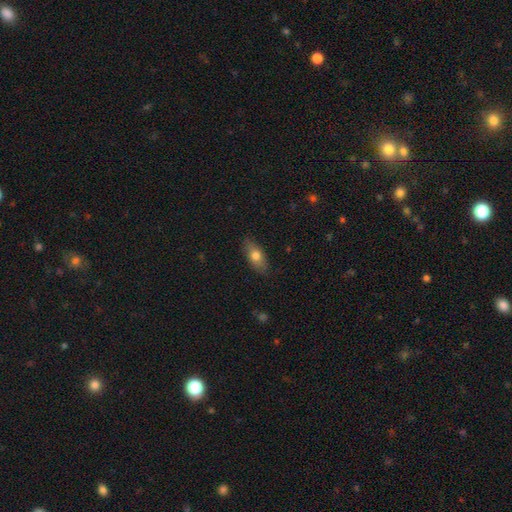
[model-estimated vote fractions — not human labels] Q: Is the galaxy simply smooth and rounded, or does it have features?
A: smooth — 73%.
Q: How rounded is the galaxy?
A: in between — 82%.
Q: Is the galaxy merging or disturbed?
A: none — 84%.